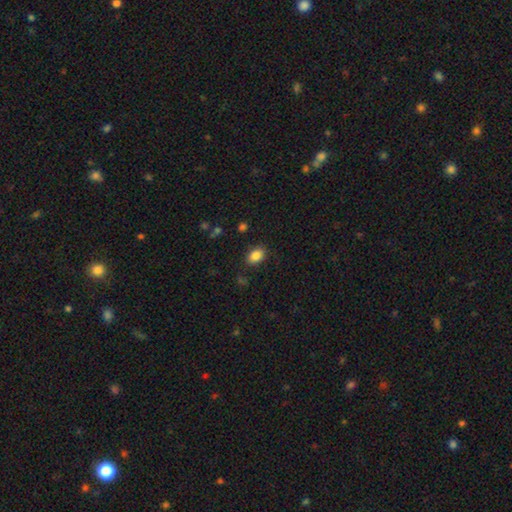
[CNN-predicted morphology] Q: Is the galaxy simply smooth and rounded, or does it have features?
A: smooth — 86%.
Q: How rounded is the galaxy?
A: in between — 79%.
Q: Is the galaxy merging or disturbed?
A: none — 85%.